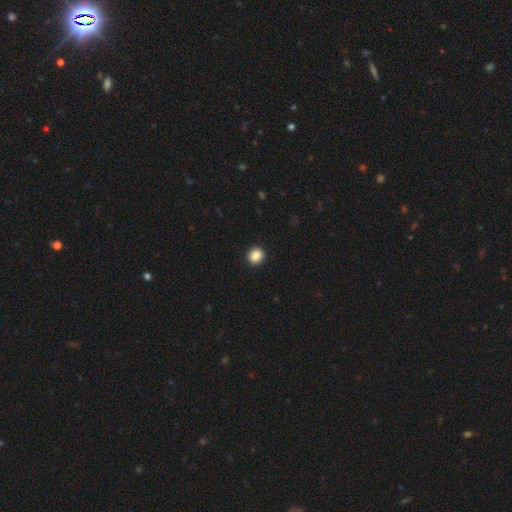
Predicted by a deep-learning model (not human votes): A smooth galaxy with no disk features (88%) that is round (79%). Merging: none (93%).